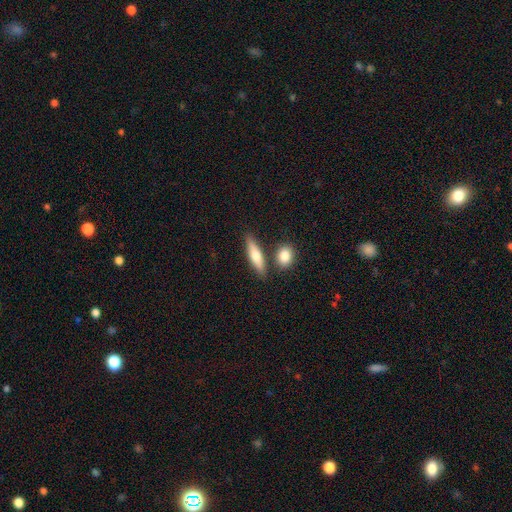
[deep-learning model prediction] Smooth or featured?
  - smooth: 65% *
  - featured or disk: 29%
  - star or artifact: 6%
How rounded?
  - cigar-shaped: 62% *
  - in between: 34%
  - round: 4%
Merging?
  - none: 74% *
  - merger: 12%
  - minor disturbance: 11%
  - major disturbance: 3%